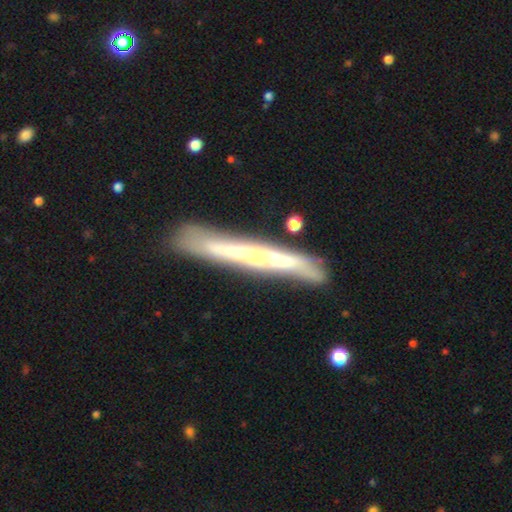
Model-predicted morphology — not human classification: Overall: featured or disk (60%; smooth 33%). Edge-on disk: yes (86%). Edge-on bulge: none (76%). Merging: none (77%).